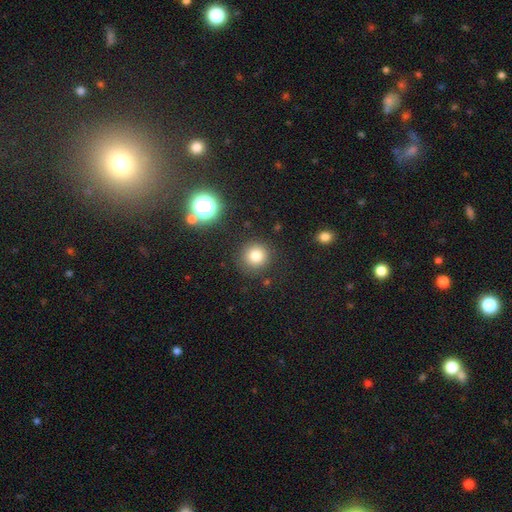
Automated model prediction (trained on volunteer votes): smooth-or-featured: smooth: 79% | star or artifact: 14% | featured or disk: 7%
  how-rounded: round: 93% | in between: 6% | cigar-shaped: 1%
  merging: none: 87% | minor disturbance: 8% | major disturbance: 3% | merger: 2%